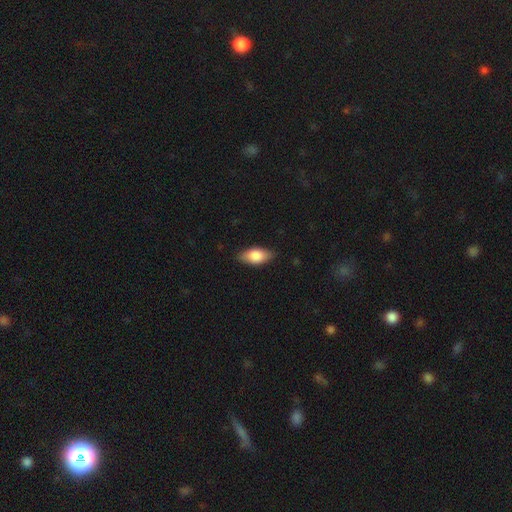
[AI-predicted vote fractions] Smooth or featured? smooth (81%)
How rounded? in between (88%)
Merging? none (84%)